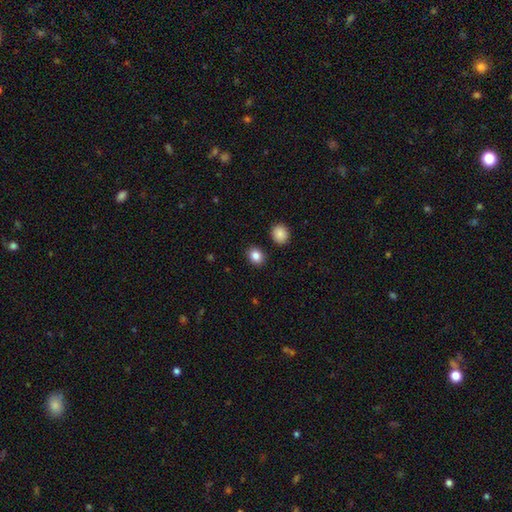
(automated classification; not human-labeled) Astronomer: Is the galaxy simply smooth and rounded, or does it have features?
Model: smooth — 85%.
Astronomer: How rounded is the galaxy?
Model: round — 56% (runner-up: in between, 43%).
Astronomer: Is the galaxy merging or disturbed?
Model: none — 88%.